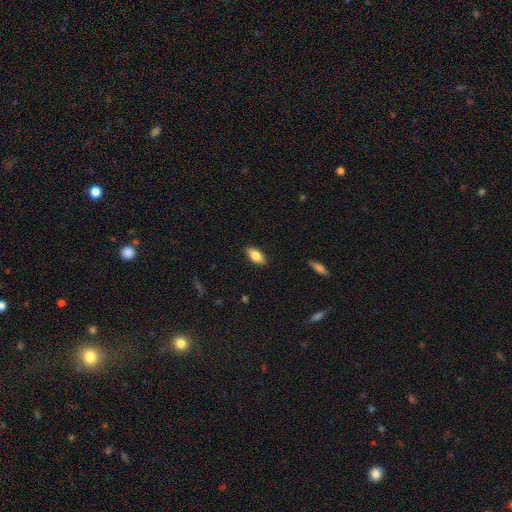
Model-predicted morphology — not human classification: smooth-or-featured: smooth: 78% | featured or disk: 15% | star or artifact: 7%
  how-rounded: in between: 86% | cigar-shaped: 11% | round: 3%
  merging: none: 88% | minor disturbance: 9% | major disturbance: 2% | merger: 1%